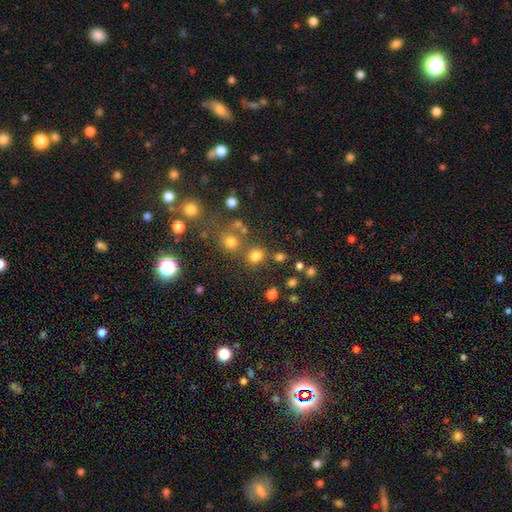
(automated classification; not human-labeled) The model was most divided on "how rounded": round: 76%, in between: 23%, cigar-shaped: 1%. More confident: smooth or featured — smooth (77%); merging — none (69%).